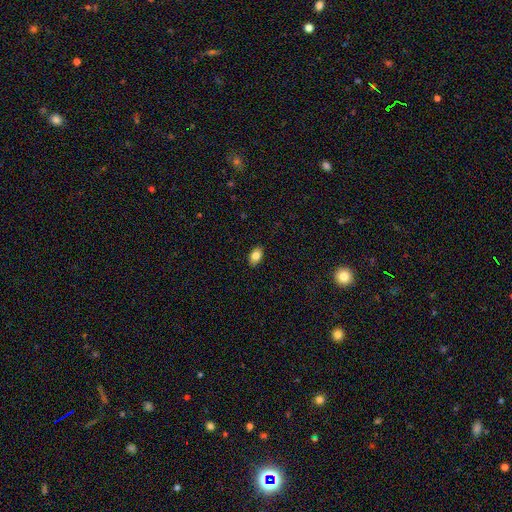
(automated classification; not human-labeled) smooth 83%, featured or disk 9%, star or artifact 8%. Down the decision tree: how rounded — in between (90%); merging — none (88%).